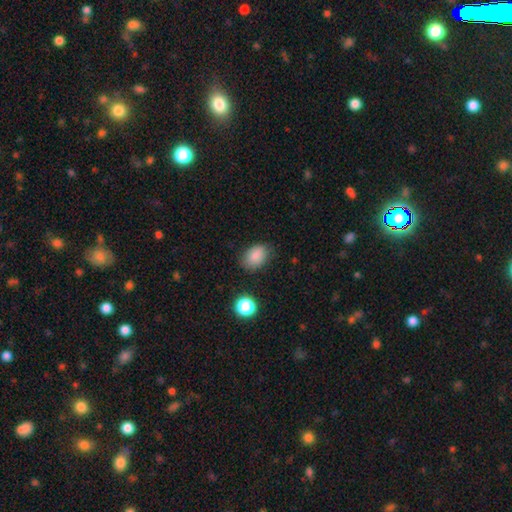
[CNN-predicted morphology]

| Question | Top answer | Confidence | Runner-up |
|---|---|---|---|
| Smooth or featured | smooth | 85% | star or artifact (9%) |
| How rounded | in between | 78% | round (21%) |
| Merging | none | 78% | minor disturbance (16%) |